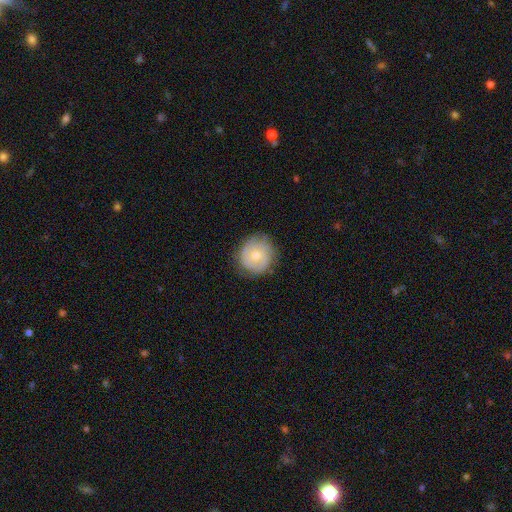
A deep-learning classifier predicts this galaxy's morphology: Smooth or featured: featured or disk — 48% (smooth — 45%)
Merging: none — 75% (minor disturbance — 19%)